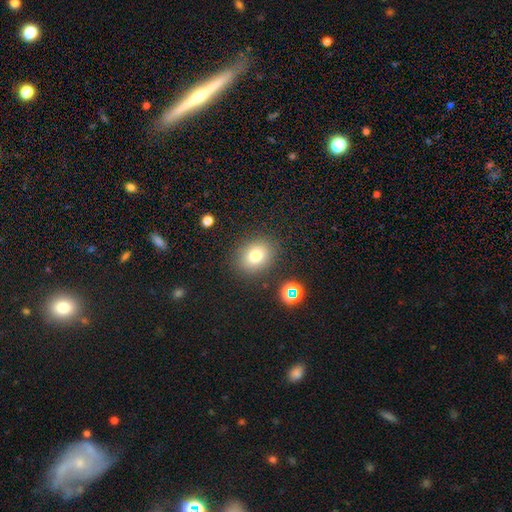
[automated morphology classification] This is likely a smooth galaxy (77%). How rounded: possibly round (56%). Merging: clearly none (85%).